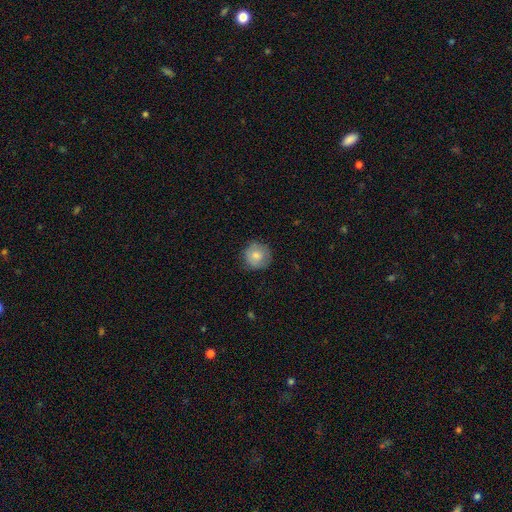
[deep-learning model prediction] Smooth or featured? Predicted: smooth (p=0.80). How rounded? Predicted: round (p=0.94). Merging? Predicted: none (p=0.83).